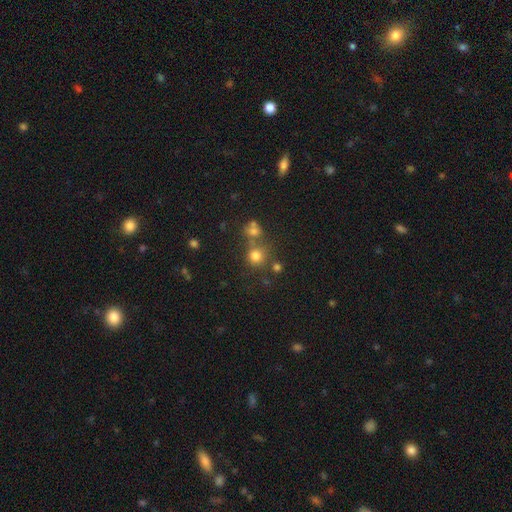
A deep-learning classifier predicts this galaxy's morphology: Q: Smooth or featured?
A: smooth (75%); runner-up: star or artifact (17%)
Q: How rounded?
A: round (88%); runner-up: in between (11%)
Q: Merging?
A: none (63%); runner-up: merger (22%)